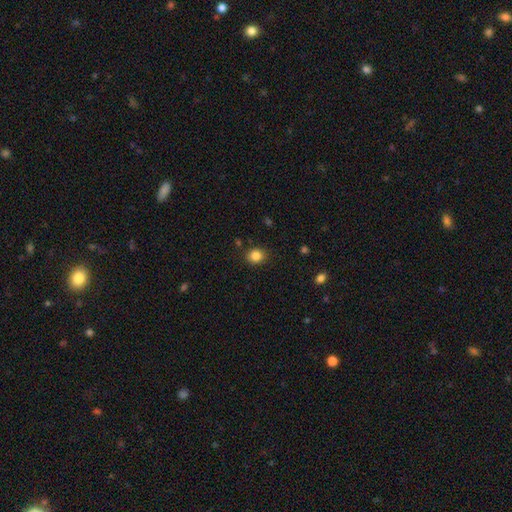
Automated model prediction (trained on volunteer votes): Overall: smooth (85%). How rounded: round (71%). Merging: none (87%).